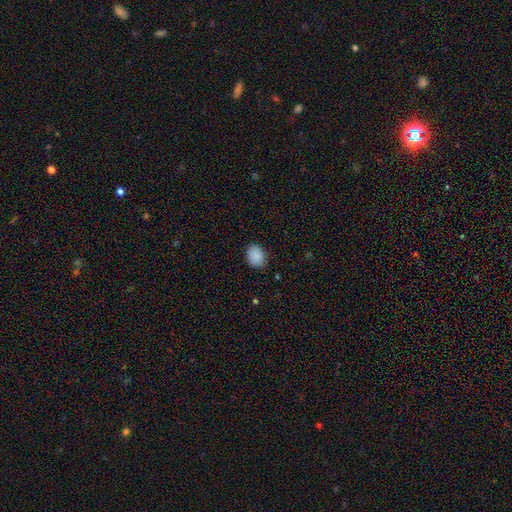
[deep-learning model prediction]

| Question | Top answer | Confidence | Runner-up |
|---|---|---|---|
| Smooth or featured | smooth | 89% | star or artifact (8%) |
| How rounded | round | 51% | in between (49%) |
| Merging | none | 86% | minor disturbance (11%) |